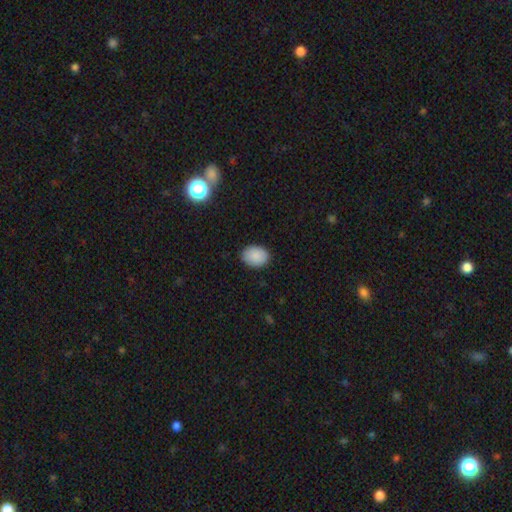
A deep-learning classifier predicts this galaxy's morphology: This is clearly a smooth galaxy (89%). How rounded: likely in between (67%). Merging: clearly none (88%).